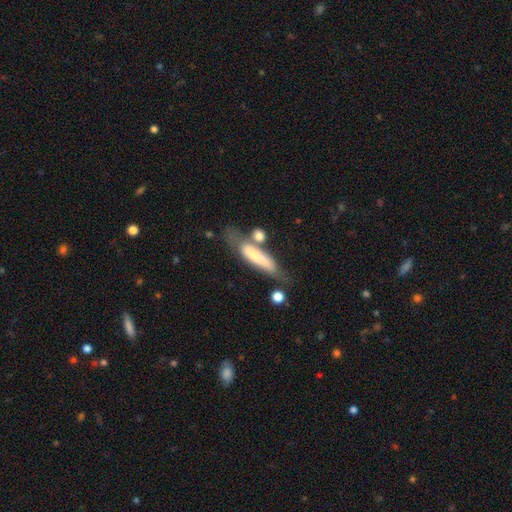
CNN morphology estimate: smooth-or-featured: smooth: 64% | featured or disk: 29% | star or artifact: 7%
  how-rounded: cigar-shaped: 74% | in between: 24% | round: 2%
  merging: none: 41% | merger: 24% | minor disturbance: 21% | major disturbance: 13%